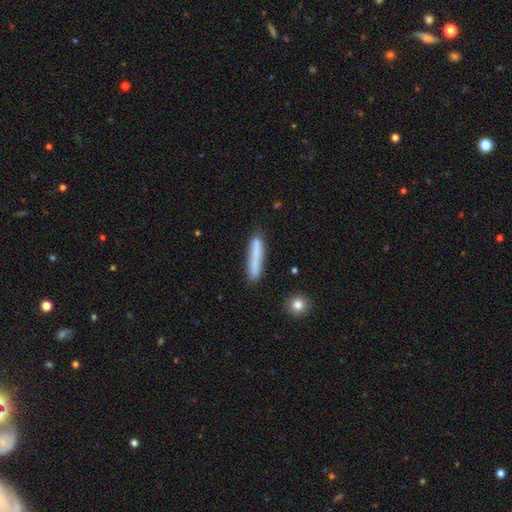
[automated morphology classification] This is likely a smooth galaxy (75%). How rounded: clearly cigar-shaped (92%). Merging: likely none (77%).